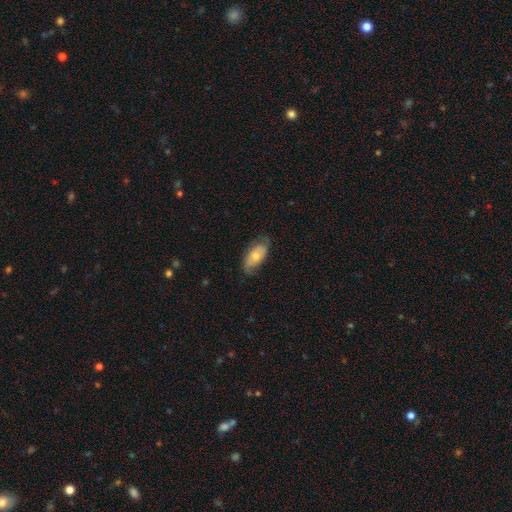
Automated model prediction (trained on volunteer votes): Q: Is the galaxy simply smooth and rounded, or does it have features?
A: smooth — 58%.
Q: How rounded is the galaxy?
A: in between — 91%.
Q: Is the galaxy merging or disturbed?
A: none — 65%.